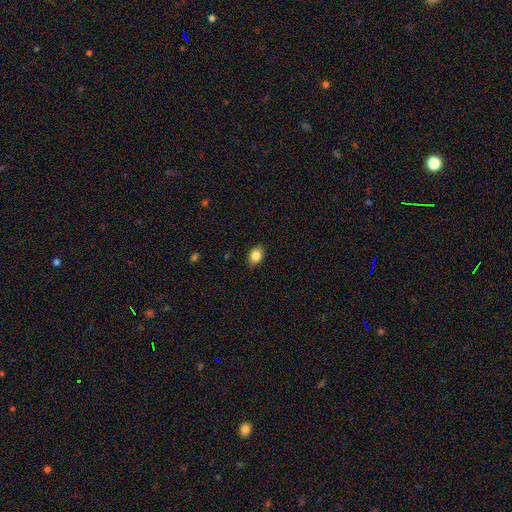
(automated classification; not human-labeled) smooth 85%, star or artifact 9%, featured or disk 7%. Down the decision tree: how rounded — in between (70%); merging — none (86%).